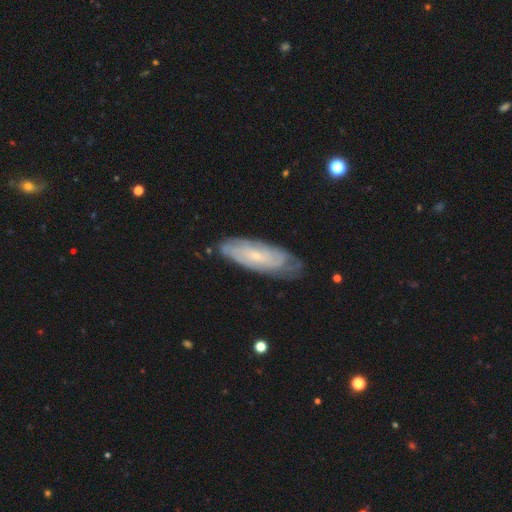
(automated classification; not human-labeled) Overall: featured or disk (68%). Edge-on disk: no (85%). Bar: no (68%). Spiral arms: yes (87%). Bulge size: small (77%). Merging: none (74%).